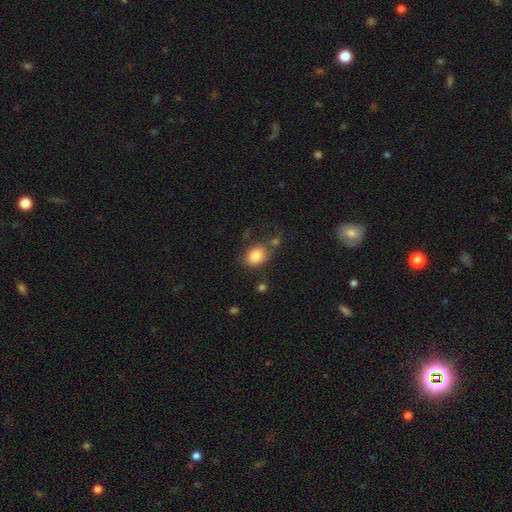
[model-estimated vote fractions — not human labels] Smooth or featured? smooth (84%)
How rounded? in between (63%)
Merging? none (59%)